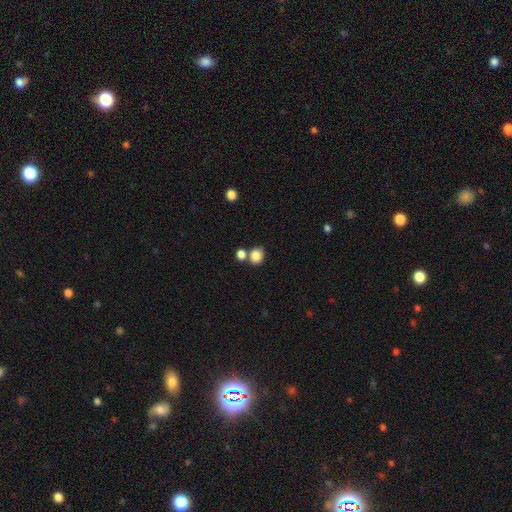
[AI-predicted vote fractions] This is clearly a smooth galaxy (85%). How rounded: likely round (69%). Merging: possibly none (57%).